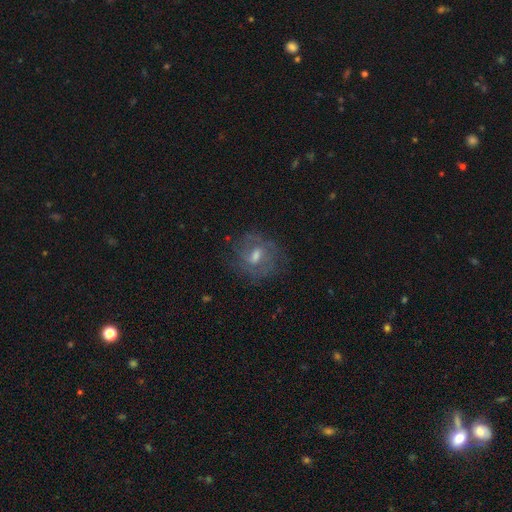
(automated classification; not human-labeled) Q: Smooth or featured?
A: featured or disk (60%); runner-up: smooth (27%)
Q: Edge-on disk?
A: no (95%); runner-up: yes (5%)
Q: Bar?
A: weak (54%); runner-up: no (31%)
Q: Spiral arms?
A: yes (71%); runner-up: no (29%)
Q: Bulge size?
A: moderate (58%); runner-up: small (25%)
Q: Merging?
A: none (72%); runner-up: minor disturbance (17%)